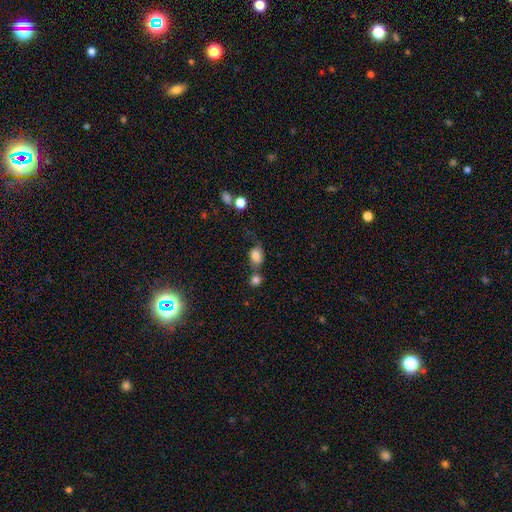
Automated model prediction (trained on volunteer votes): Smooth or featured: smooth — 77% (featured or disk — 13%)
How rounded: in between — 65% (round — 33%)
Merging: none — 36% (merger — 27%)